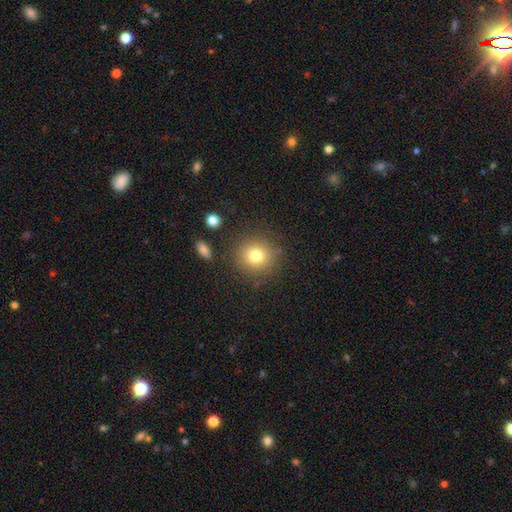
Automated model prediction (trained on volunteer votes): Smooth or featured?
  - smooth: 78% *
  - star or artifact: 12%
  - featured or disk: 9%
How rounded?
  - round: 91% *
  - in between: 8%
  - cigar-shaped: 1%
Merging?
  - none: 85% *
  - minor disturbance: 8%
  - major disturbance: 4%
  - merger: 3%